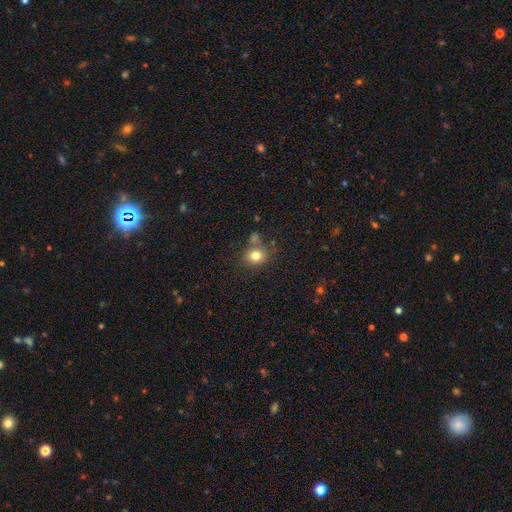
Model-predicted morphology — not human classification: This is likely a smooth galaxy (79%). How rounded: likely round (72%). Merging: likely none (65%).